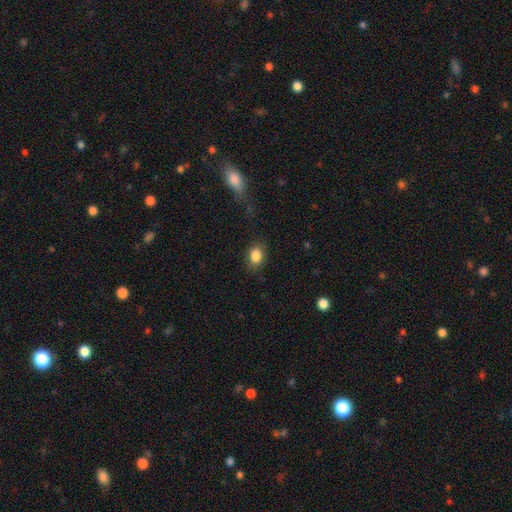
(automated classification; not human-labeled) Smooth or featured?
  - smooth: 85% *
  - star or artifact: 9%
  - featured or disk: 6%
How rounded?
  - in between: 68% *
  - round: 30%
  - cigar-shaped: 1%
Merging?
  - none: 78% *
  - minor disturbance: 15%
  - major disturbance: 5%
  - merger: 2%